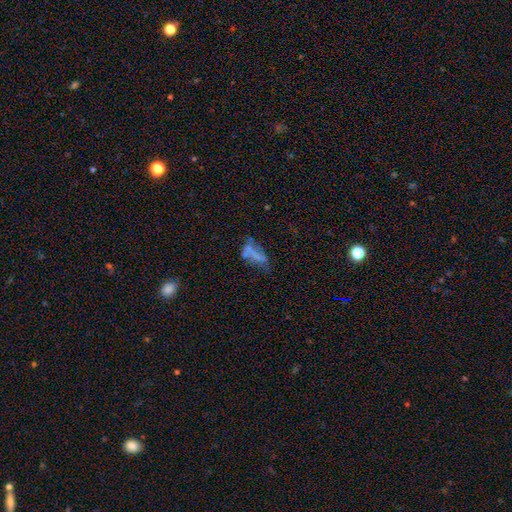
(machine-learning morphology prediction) Smooth or featured: smooth — 47% (featured or disk — 35%)
Merging: none — 32% (major disturbance — 29%)